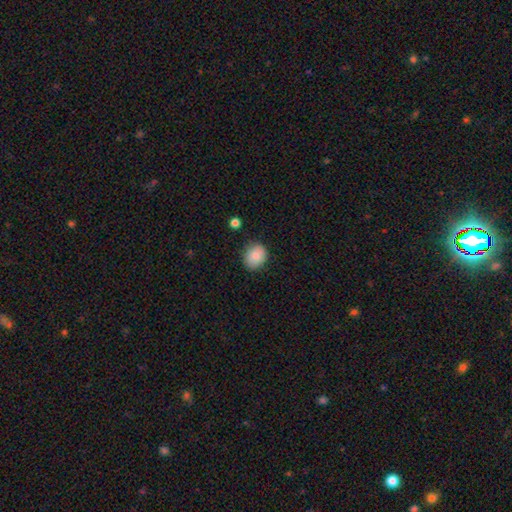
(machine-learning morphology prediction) Smooth or featured: smooth — 85% (star or artifact — 8%)
How rounded: round — 62% (in between — 38%)
Merging: none — 83% (minor disturbance — 12%)